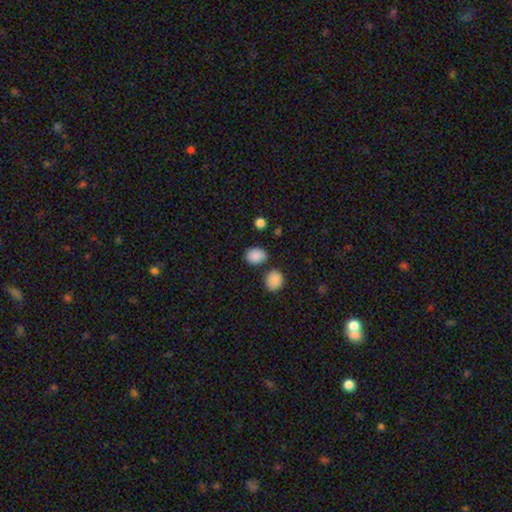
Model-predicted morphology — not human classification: Q: Smooth or featured?
A: smooth (87%); runner-up: star or artifact (9%)
Q: How rounded?
A: in between (51%); runner-up: round (48%)
Q: Merging?
A: none (70%); runner-up: minor disturbance (16%)